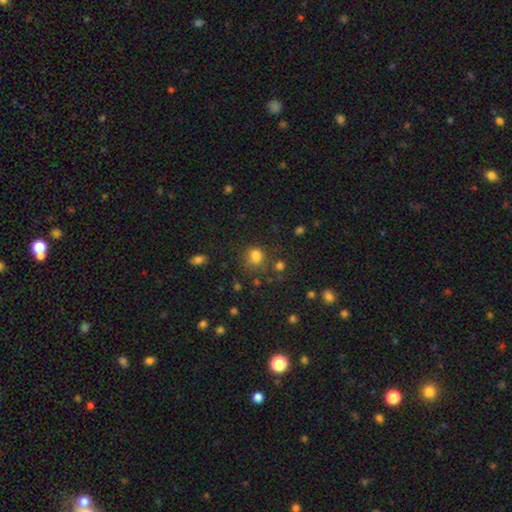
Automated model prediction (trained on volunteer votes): Smooth or featured? smooth (78%)
How rounded? round (60%)
Merging? none (63%)